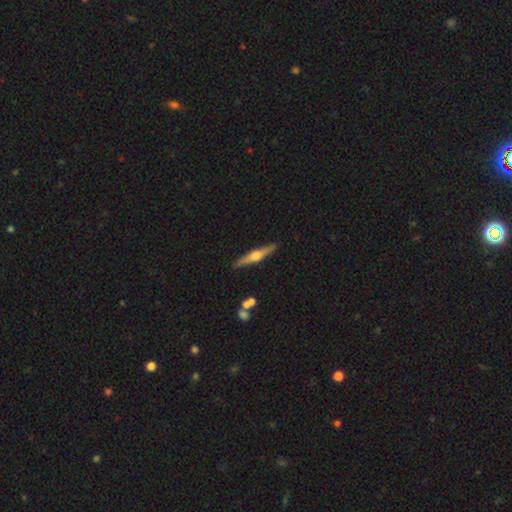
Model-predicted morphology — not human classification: A featured or disk galaxy (73%) viewed edge-on (98%) with a rounded central bulge (93%). Merging: none (89%).